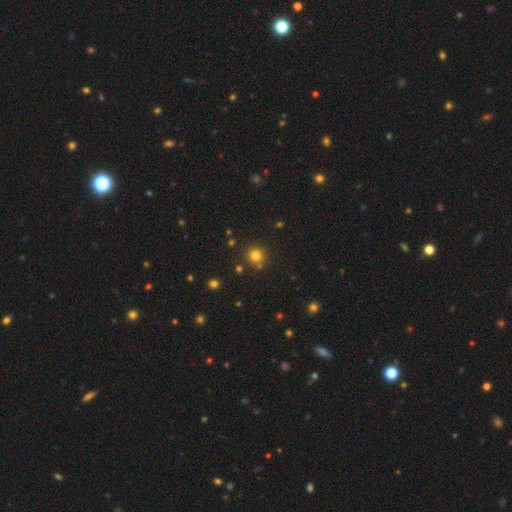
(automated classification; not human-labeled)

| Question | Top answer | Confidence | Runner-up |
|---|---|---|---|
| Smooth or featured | smooth | 78% | star or artifact (16%) |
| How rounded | round | 93% | in between (6%) |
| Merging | none | 82% | minor disturbance (8%) |